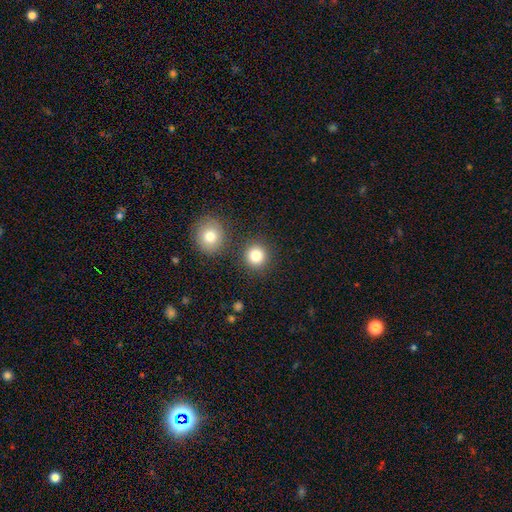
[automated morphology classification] A smooth galaxy with no disk features (82%) that is round (92%).

Vote fractions:
- Smooth or featured? smooth: 82% / star or artifact: 11% / featured or disk: 7%
- How rounded? round: 92% / in between: 7% / cigar-shaped: 1%
- Merging? none: 84% / merger: 7% / minor disturbance: 6% / major disturbance: 3%